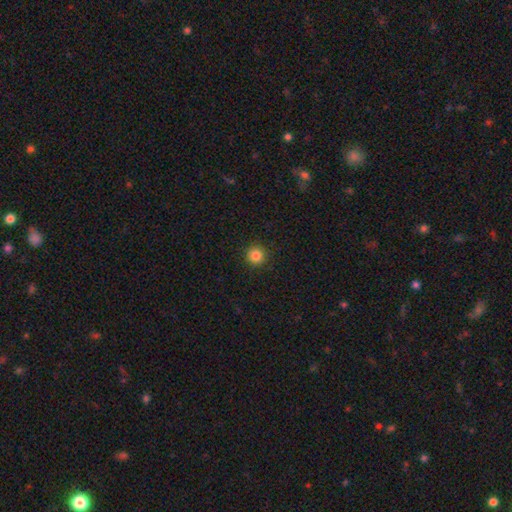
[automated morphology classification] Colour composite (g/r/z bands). It shows a smooth galaxy with no disk features (85%) that is round (96%). Merging: none (92%).